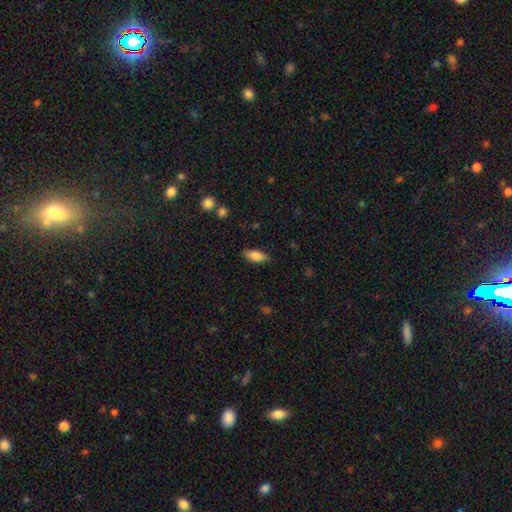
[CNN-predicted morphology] type=smooth (84%); roundness=in between (84%); merging=none (85%).